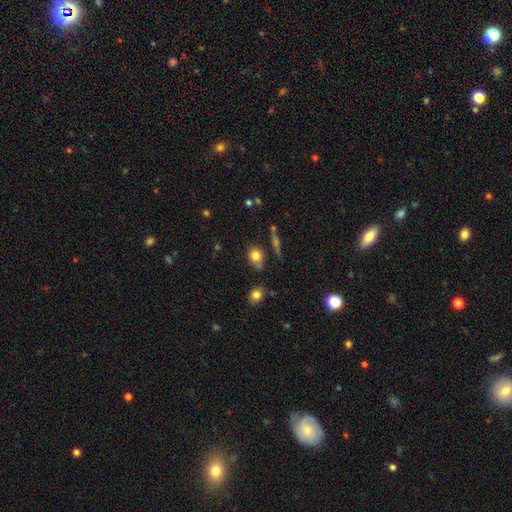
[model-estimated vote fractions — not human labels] Smooth or featured? Predicted: smooth (p=0.78). How rounded? Predicted: round (p=0.50). Merging? Predicted: none (p=0.71).